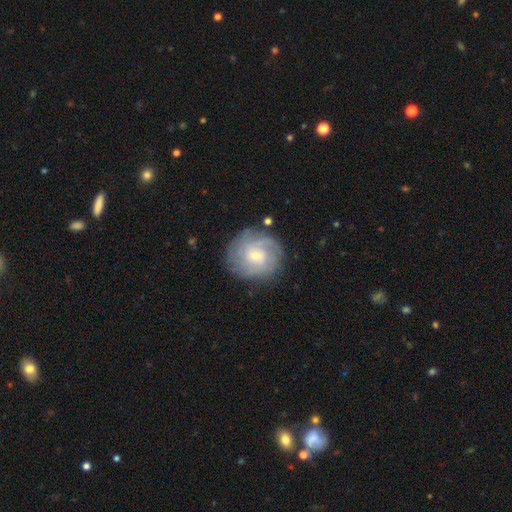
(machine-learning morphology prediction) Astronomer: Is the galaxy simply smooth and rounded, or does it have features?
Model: featured or disk — 70%.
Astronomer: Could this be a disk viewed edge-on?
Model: no — 98%.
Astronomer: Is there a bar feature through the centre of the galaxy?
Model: no — 60%.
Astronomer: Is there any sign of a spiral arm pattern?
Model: yes — 89%.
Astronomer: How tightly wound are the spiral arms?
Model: tight — 58%.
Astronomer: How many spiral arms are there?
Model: can't tell — 41% (runner-up: 2, 20%).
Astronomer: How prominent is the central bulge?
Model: small — 65%.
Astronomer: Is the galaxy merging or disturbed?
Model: none — 78%.